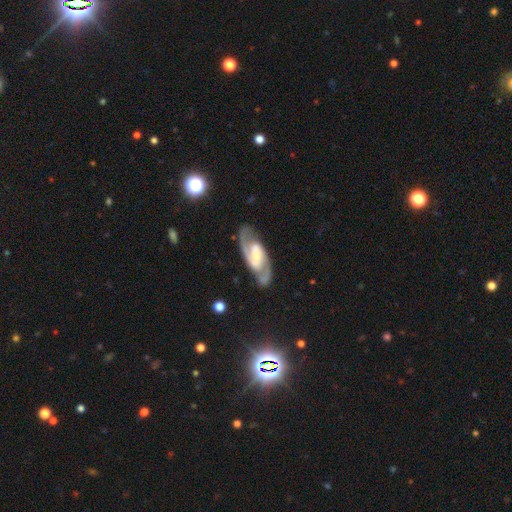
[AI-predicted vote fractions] A featured or disk galaxy (86%) with a weak bar (39%), 2 (92%) medium (56%) spiral arms (96%) and a small central bulge (45%).

Vote fractions:
- Smooth or featured? featured or disk: 86% / smooth: 9% / star or artifact: 5%
- Edge-on disk? no: 94% / yes: 6%
- Bar? weak: 39% / strong: 38% / no: 22%
- Spiral arms? yes: 96% / no: 4%
- Spiral winding? medium: 56% / tight: 28% / loose: 17%
- Spiral arm count? 2: 92% / can't tell: 4% / 1: 1% / 3: 1% / 4: 1% / more than 4: 1%
- Bulge size? small: 45% / moderate: 35% / large: 10% / none: 9% / dominant: 2%
- Merging? none: 81% / minor disturbance: 12% / major disturbance: 5% / merger: 2%